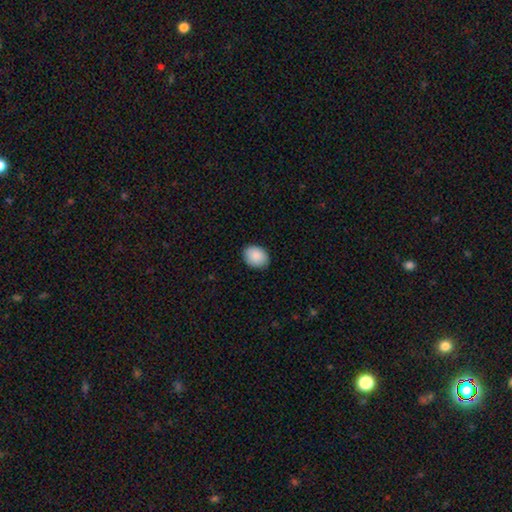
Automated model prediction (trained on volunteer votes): A smooth galaxy with no disk features (90%) that is in between round and cigar-shaped (58%).

Vote fractions:
- Smooth or featured? smooth: 90% / star or artifact: 7% / featured or disk: 4%
- How rounded? in between: 58% / round: 42% / cigar-shaped: 1%
- Merging? none: 87% / minor disturbance: 10% / major disturbance: 2% / merger: 1%